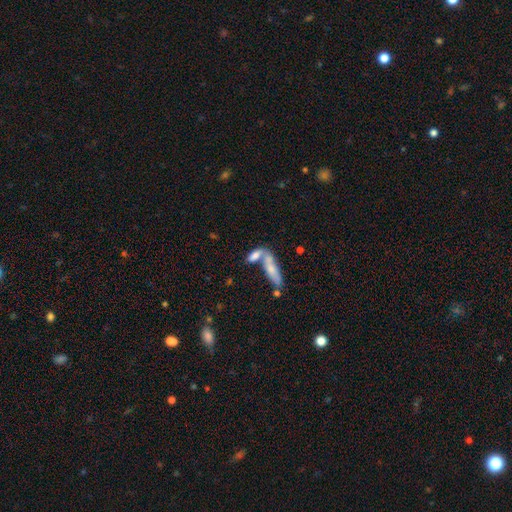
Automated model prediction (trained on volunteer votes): smooth-or-featured: smooth: 71% | featured or disk: 21% | star or artifact: 8%
  how-rounded: in between: 57% | cigar-shaped: 40% | round: 3%
  merging: merger: 53% | none: 33% | minor disturbance: 9% | major disturbance: 5%